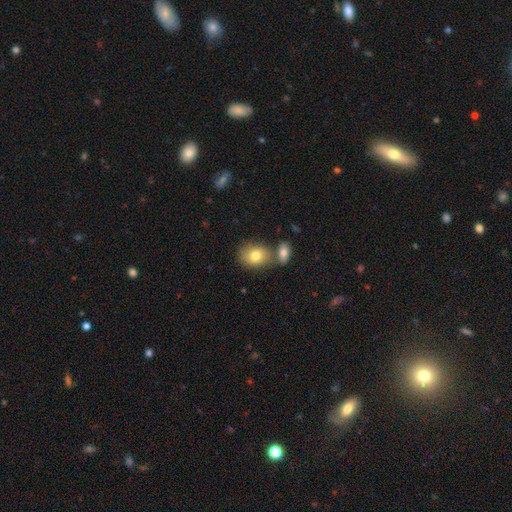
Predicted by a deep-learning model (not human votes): smooth 78%, featured or disk 13%, star or artifact 9%. Down the decision tree: how rounded — in between (55%); merging — none (54%).